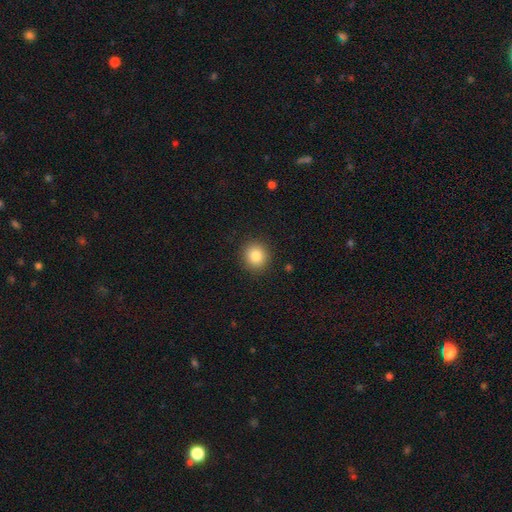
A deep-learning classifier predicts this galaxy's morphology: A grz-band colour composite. It shows a smooth galaxy with no disk features (83%) that is round (89%). Merging: none (91%).